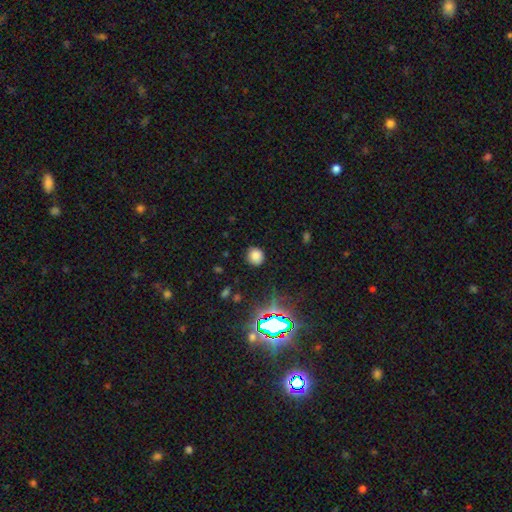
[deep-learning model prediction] Overall: smooth (77%). How rounded: round (86%). Merging: none (86%).